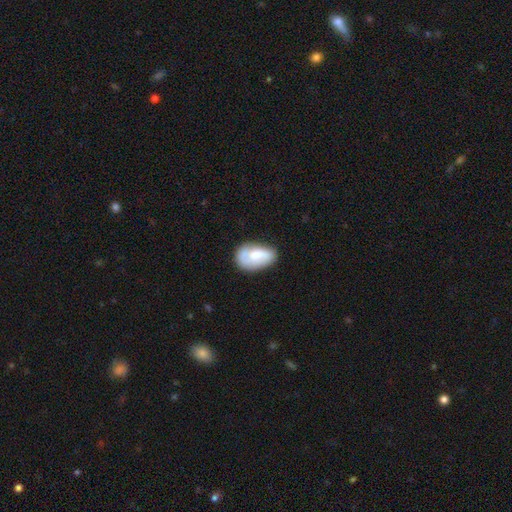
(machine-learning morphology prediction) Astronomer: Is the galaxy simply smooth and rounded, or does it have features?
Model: smooth — 57% (runner-up: featured or disk, 36%).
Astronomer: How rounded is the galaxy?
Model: in between — 89%.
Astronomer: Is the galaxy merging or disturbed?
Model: none — 59%.